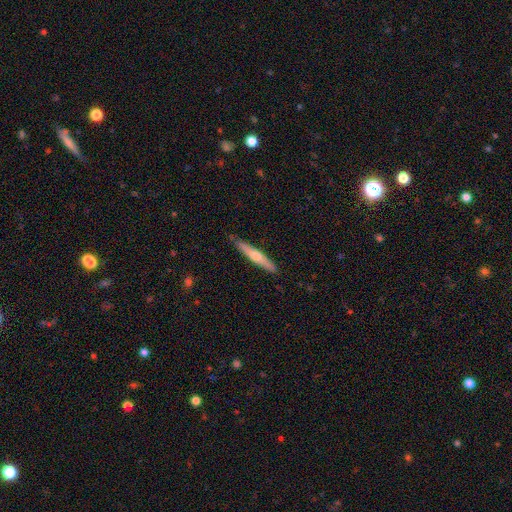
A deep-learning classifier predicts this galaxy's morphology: This appears to be a featured or disk galaxy (54%) viewed edge-on (94%) with a rounded central bulge (82%). Merging: none (90%).